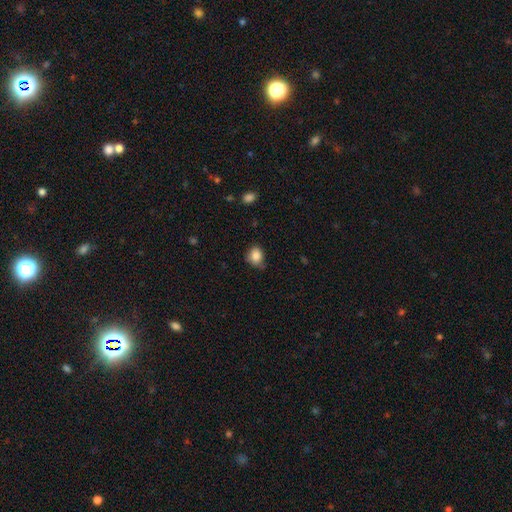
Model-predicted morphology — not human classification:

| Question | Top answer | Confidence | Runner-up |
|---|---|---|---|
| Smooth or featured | smooth | 85% | star or artifact (9%) |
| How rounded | round | 56% | in between (43%) |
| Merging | none | 66% | minor disturbance (27%) |